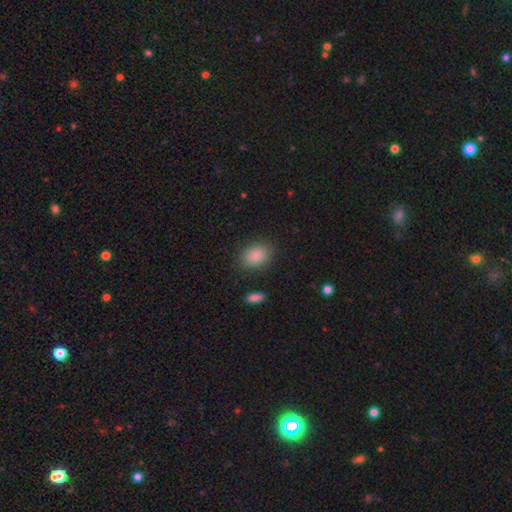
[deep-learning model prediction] smooth-or-featured: smooth: 87% | star or artifact: 8% | featured or disk: 5%
  how-rounded: in between: 69% | round: 30% | cigar-shaped: 1%
  merging: none: 84% | minor disturbance: 10% | major disturbance: 4% | merger: 2%